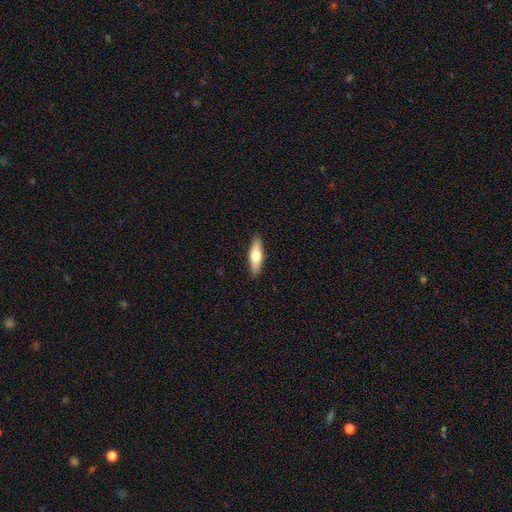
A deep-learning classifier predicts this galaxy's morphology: Overall: smooth (57%; featured or disk 37%). How rounded: cigar-shaped (58%; in between 40%). Merging: none (89%).